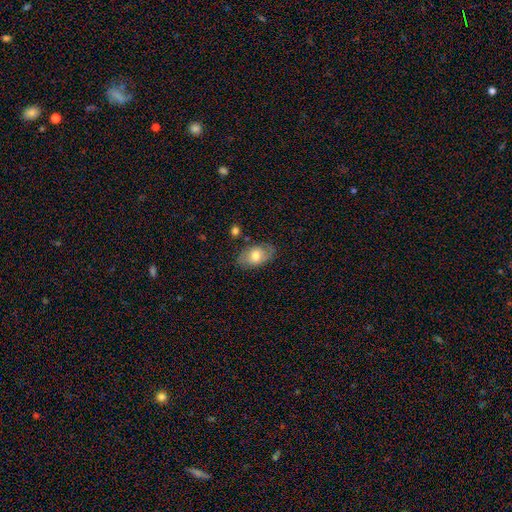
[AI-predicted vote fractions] This is likely a smooth galaxy (64%). How rounded: clearly in between (89%). Merging: likely none (75%).